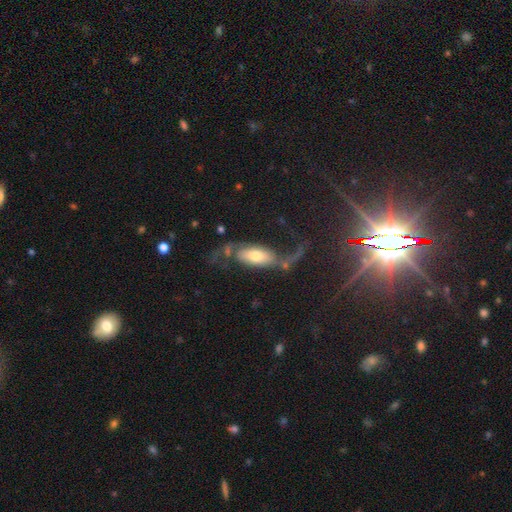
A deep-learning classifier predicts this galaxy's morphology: Smooth or featured? featured or disk (56%)
Edge-on disk? no (84%)
Merging? major disturbance (37%)